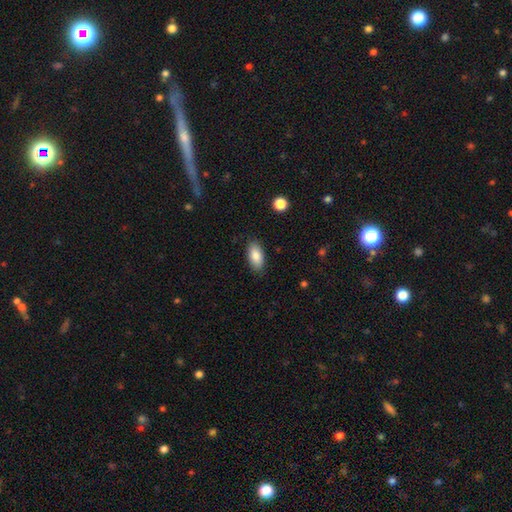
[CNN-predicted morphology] smooth_or_featured: smooth (p=0.86) [alt: featured or disk p=0.07]
how_rounded: in between (p=0.91) [alt: cigar-shaped p=0.07]
merging: none (p=0.87) [alt: minor disturbance p=0.10]